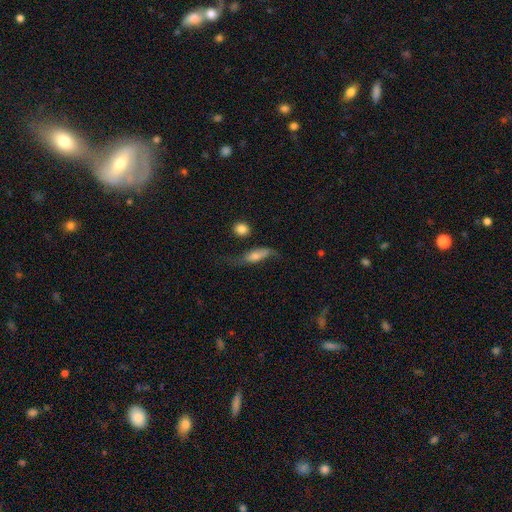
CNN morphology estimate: featured or disk 50%, smooth 41%, star or artifact 10%. Down the decision tree: merging — none (41%).